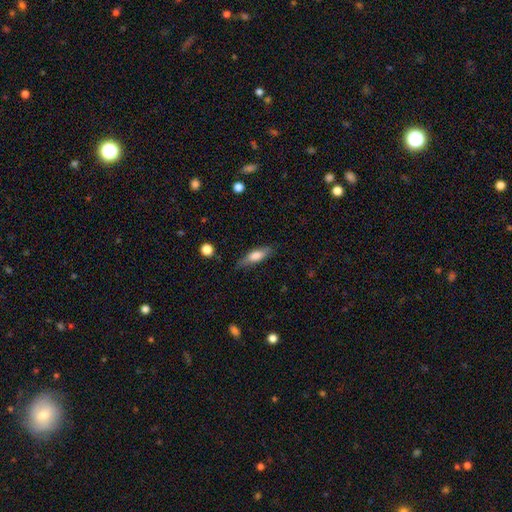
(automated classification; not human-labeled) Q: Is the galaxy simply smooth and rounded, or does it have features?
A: smooth — 67%.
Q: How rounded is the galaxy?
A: cigar-shaped — 54%.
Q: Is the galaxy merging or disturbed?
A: none — 76%.